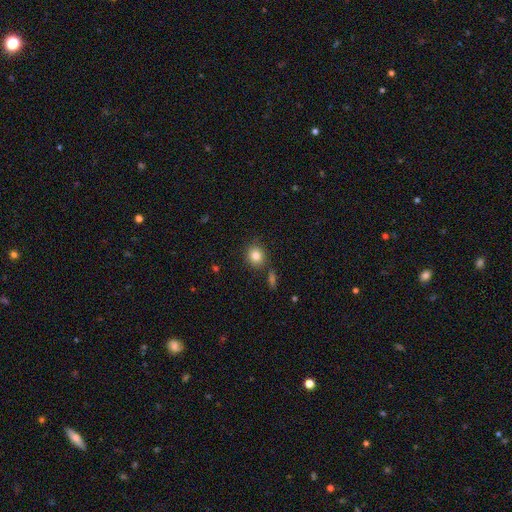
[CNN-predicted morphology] Overall: smooth (83%). How rounded: round (75%). Merging: none (79%).